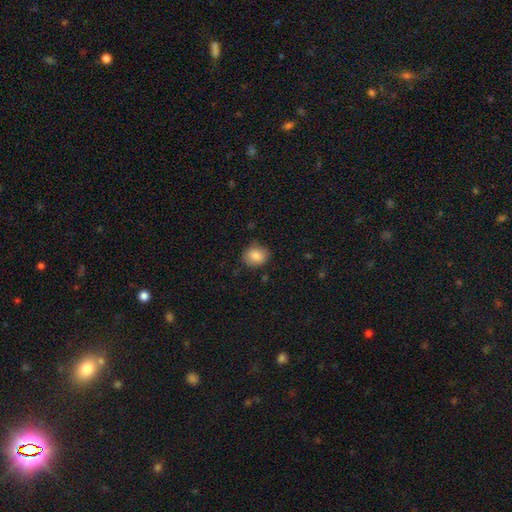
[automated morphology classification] smooth-or-featured: smooth: 83% | star or artifact: 9% | featured or disk: 8%
  how-rounded: round: 68% | in between: 31% | cigar-shaped: 1%
  merging: none: 80% | minor disturbance: 16% | major disturbance: 3% | merger: 1%